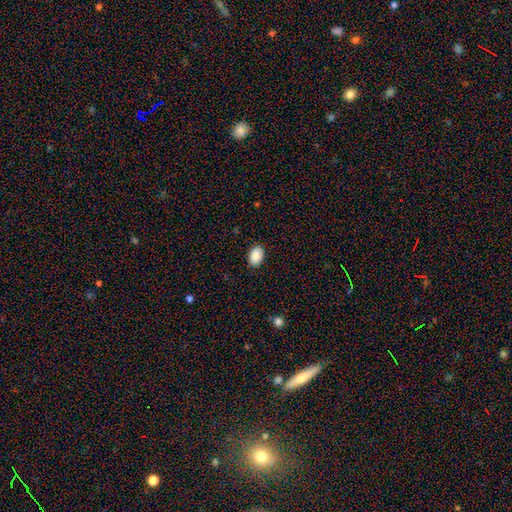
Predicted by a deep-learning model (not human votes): Smooth or featured?
  - smooth: 89% *
  - star or artifact: 7%
  - featured or disk: 4%
How rounded?
  - in between: 86% *
  - round: 13%
  - cigar-shaped: 1%
Merging?
  - none: 89% *
  - minor disturbance: 8%
  - major disturbance: 2%
  - merger: 1%